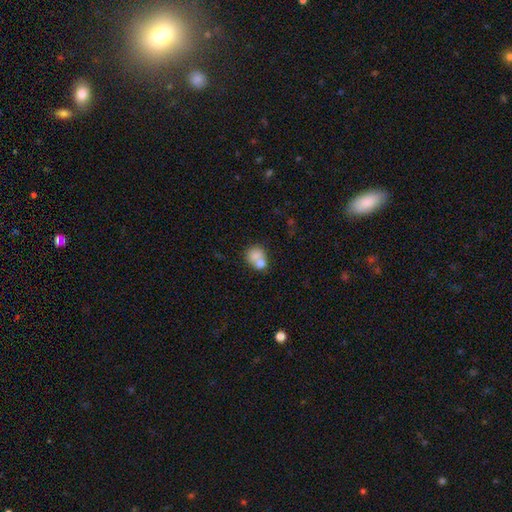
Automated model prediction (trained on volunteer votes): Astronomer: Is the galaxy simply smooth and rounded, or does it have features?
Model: smooth — 75%.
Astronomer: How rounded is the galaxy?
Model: round — 65%.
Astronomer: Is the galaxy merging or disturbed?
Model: merger — 51% (runner-up: none, 33%).